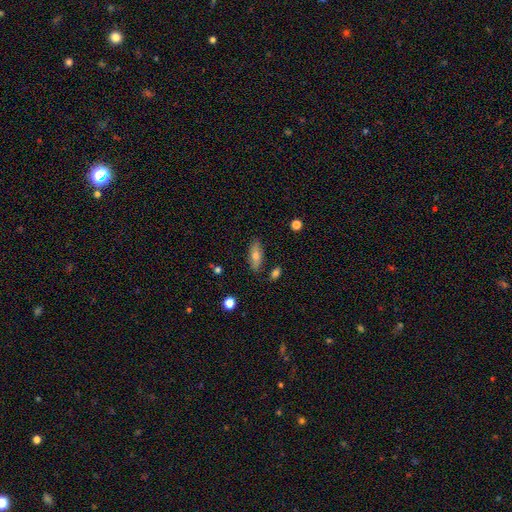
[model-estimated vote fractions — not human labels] Overall: smooth (65%; featured or disk 27%). How rounded: in between (71%). Merging: none (84%).